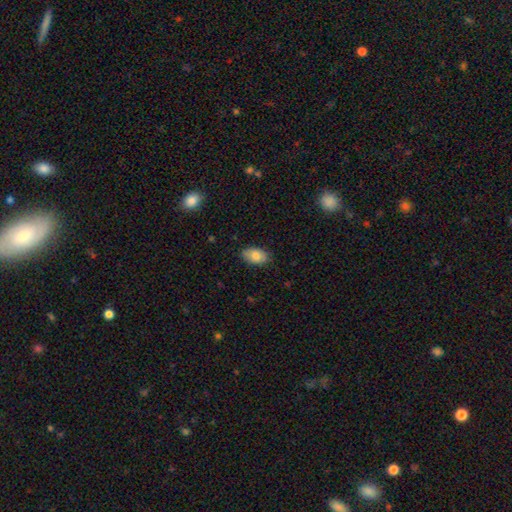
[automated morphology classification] Smooth or featured? Predicted: smooth (p=0.83). How rounded? Predicted: in between (p=0.92). Merging? Predicted: none (p=0.85).